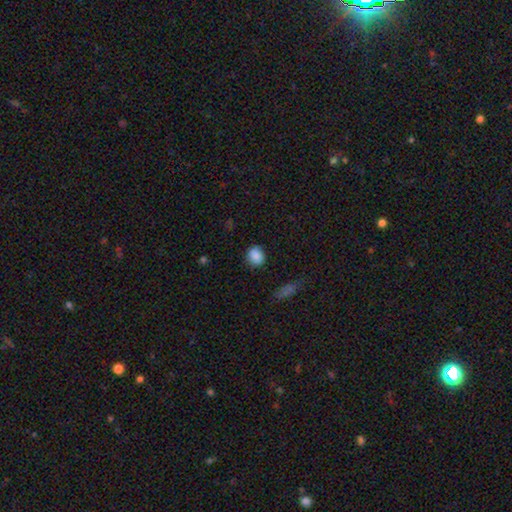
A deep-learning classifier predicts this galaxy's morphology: Overall: smooth (86%). How rounded: round (65%; in between 34%). Merging: none (78%).